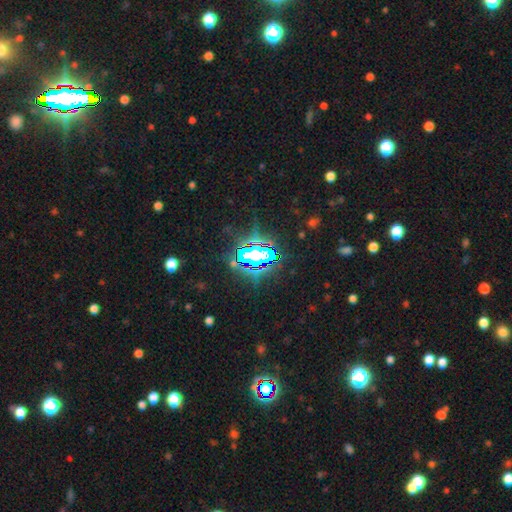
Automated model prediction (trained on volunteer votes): Smooth or featured? Predicted: star or artifact (p=0.76).